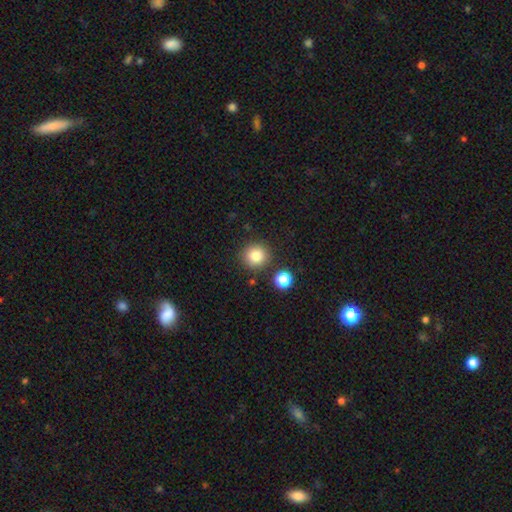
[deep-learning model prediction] Overall: smooth (83%). How rounded: round (92%). Merging: none (84%).